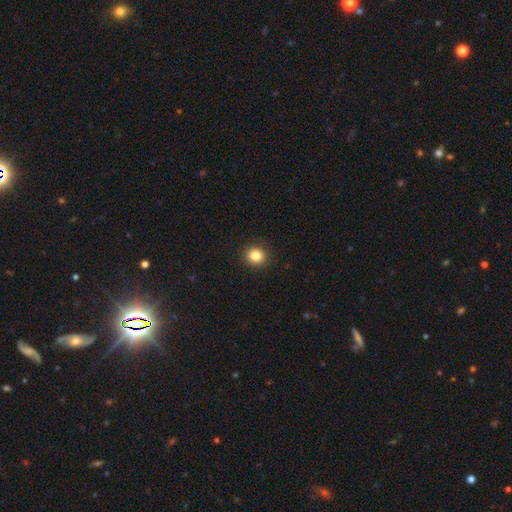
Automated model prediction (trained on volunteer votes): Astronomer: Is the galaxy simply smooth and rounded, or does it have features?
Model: smooth — 84%.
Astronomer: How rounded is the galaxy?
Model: round — 88%.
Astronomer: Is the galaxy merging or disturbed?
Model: none — 91%.